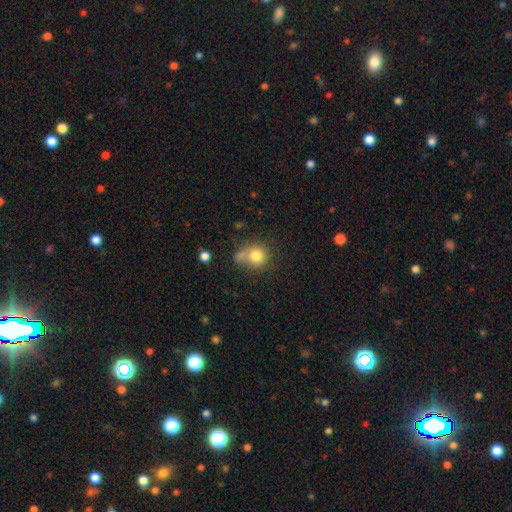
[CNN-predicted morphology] This is likely a smooth galaxy (79%). How rounded: clearly round (81%). Merging: possibly none (47%).